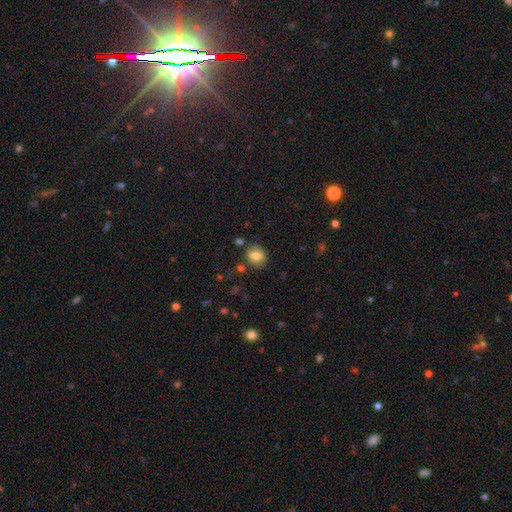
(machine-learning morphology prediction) A smooth galaxy with no disk features (72%) that is round (62%).

Vote fractions:
- Smooth or featured? smooth: 72% / featured or disk: 19% / star or artifact: 9%
- How rounded? round: 62% / in between: 36% / cigar-shaped: 1%
- Merging? none: 78% / minor disturbance: 13% / merger: 6% / major disturbance: 4%